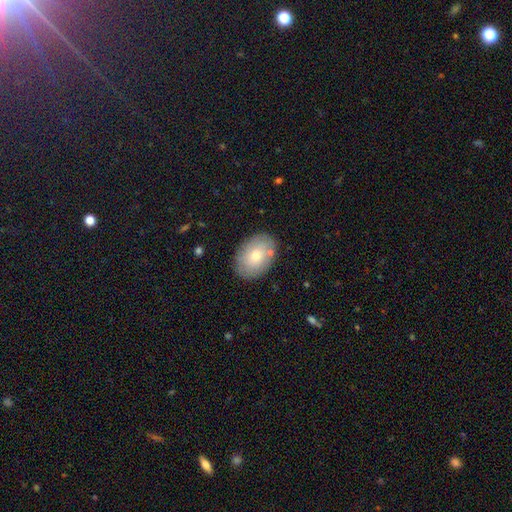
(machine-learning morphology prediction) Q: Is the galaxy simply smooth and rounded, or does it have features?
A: smooth — 72%.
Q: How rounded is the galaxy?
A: in between — 82%.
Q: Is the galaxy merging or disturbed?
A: none — 84%.